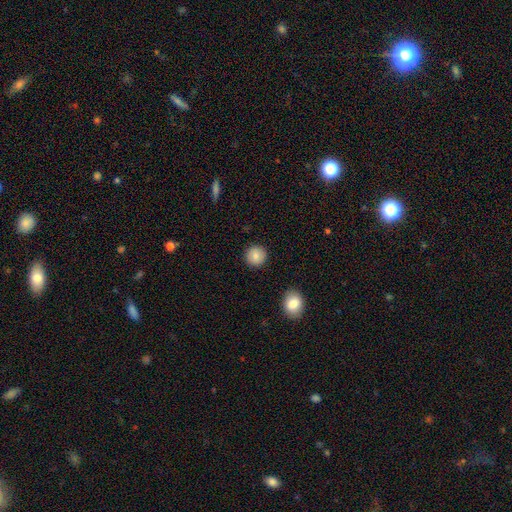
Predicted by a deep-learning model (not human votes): Smooth or featured? smooth (85%)
How rounded? round (94%)
Merging? none (92%)